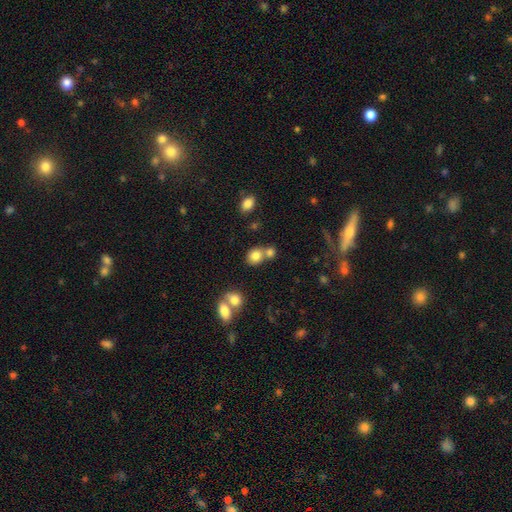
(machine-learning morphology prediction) smooth_or_featured: smooth (p=0.81) [alt: star or artifact p=0.11]
how_rounded: round (p=0.69) [alt: in between p=0.30]
merging: none (p=0.49) [alt: merger p=0.37]